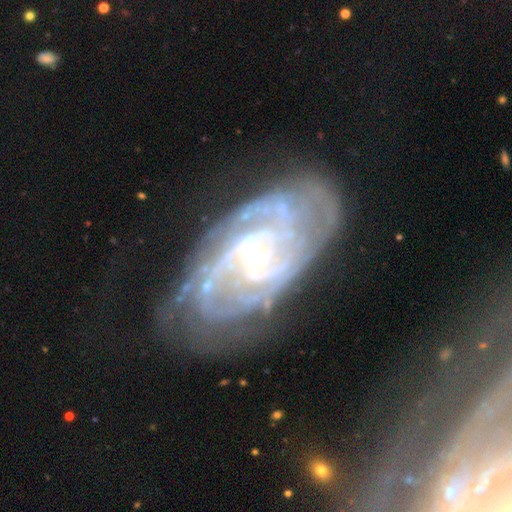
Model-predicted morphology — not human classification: Smooth or featured? Predicted: featured or disk (p=0.88). Edge-on disk? Predicted: no (p=0.96). Bar? Predicted: no (p=0.61). Spiral arms? Predicted: yes (p=0.96). Spiral winding? Predicted: tight (p=0.67). Spiral arm count? Predicted: can't tell (p=0.33). Bulge size? Predicted: small (p=0.80). Merging? Predicted: none (p=0.62).